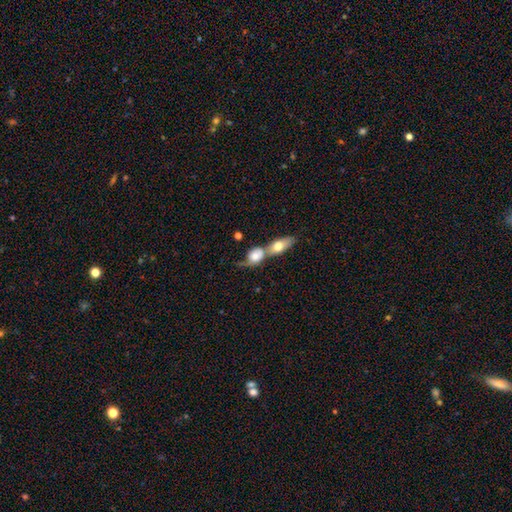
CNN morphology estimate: A smooth galaxy with no disk features (67%) that is in between round and cigar-shaped (52%). Merging: merger (69%).